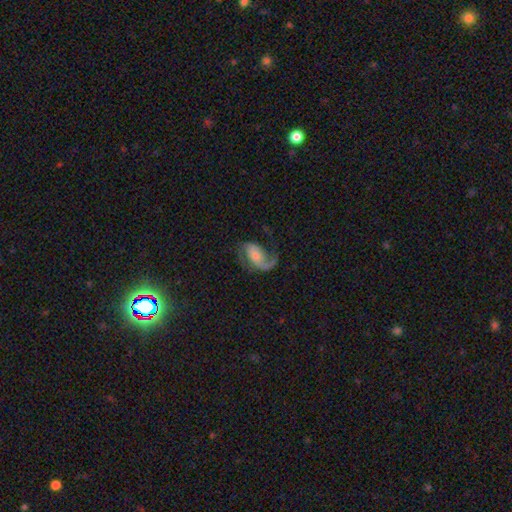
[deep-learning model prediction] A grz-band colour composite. It shows a featured or disk galaxy (81%) with no bar (58%), 2 (73%) loose (50%) spiral arms (94%) and a small central bulge (58%). Merging: none (58%).